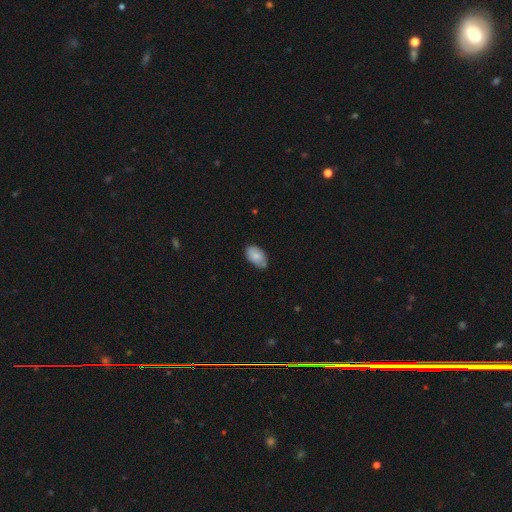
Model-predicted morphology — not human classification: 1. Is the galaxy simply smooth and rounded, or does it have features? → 79% smooth, 14% featured or disk, 7% star or artifact.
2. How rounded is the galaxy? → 92% in between, 6% round, 1% cigar-shaped.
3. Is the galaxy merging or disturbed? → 68% none, 25% minor disturbance, 3% major disturbance, 3% merger.